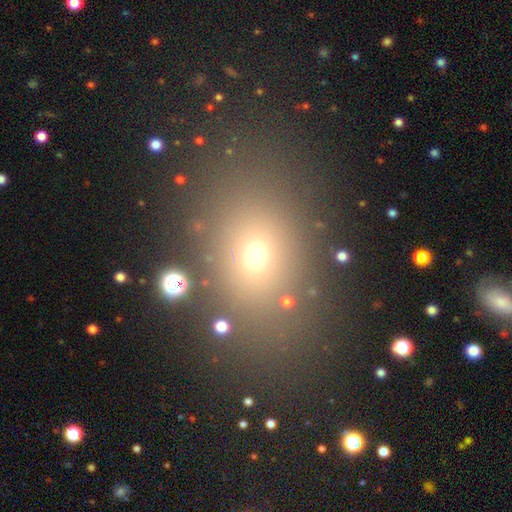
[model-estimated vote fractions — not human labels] Smooth or featured? smooth (64%)
How rounded? in between (60%)
Merging? none (81%)